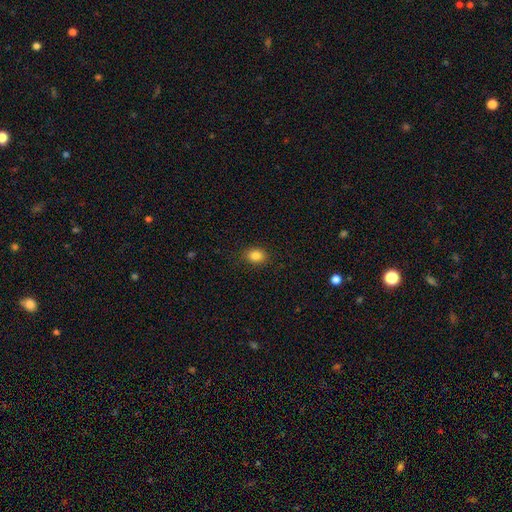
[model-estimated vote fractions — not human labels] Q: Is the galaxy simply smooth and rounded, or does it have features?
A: smooth — 85%.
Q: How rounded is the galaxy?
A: in between — 59%.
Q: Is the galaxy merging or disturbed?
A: none — 86%.